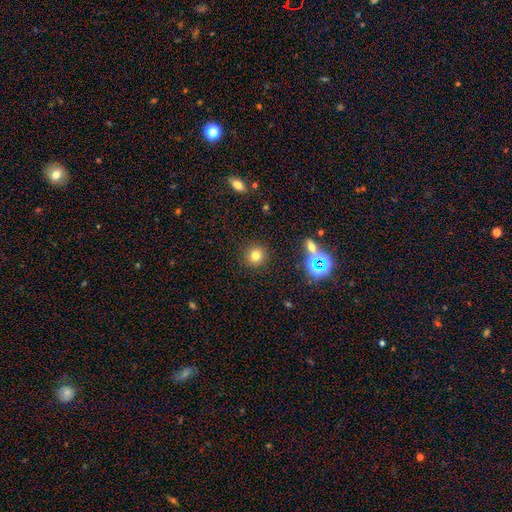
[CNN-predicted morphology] Smooth or featured? Predicted: smooth (p=0.75). How rounded? Predicted: round (p=0.92). Merging? Predicted: none (p=0.90).